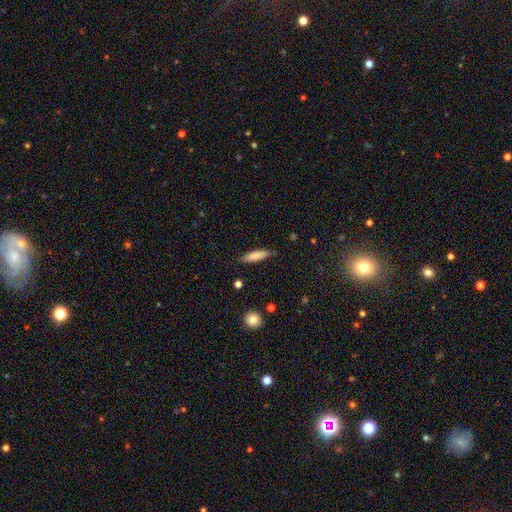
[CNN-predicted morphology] This appears to be a smooth galaxy with no disk features (82%) that is cigar-shaped (74%). Merging: none (85%).